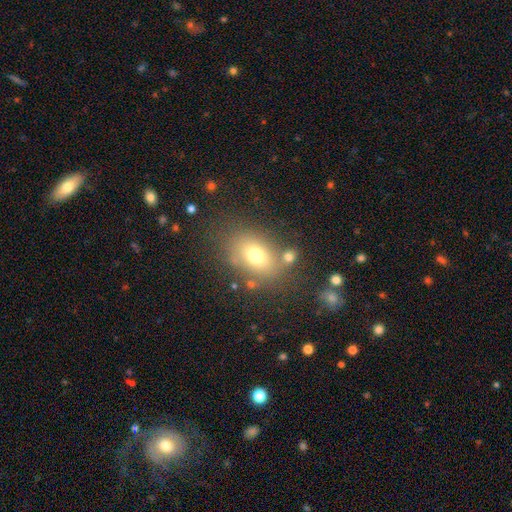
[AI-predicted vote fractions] Smooth or featured: smooth — 70% (featured or disk — 16%)
How rounded: in between — 73% (round — 26%)
Merging: none — 69% (minor disturbance — 14%)